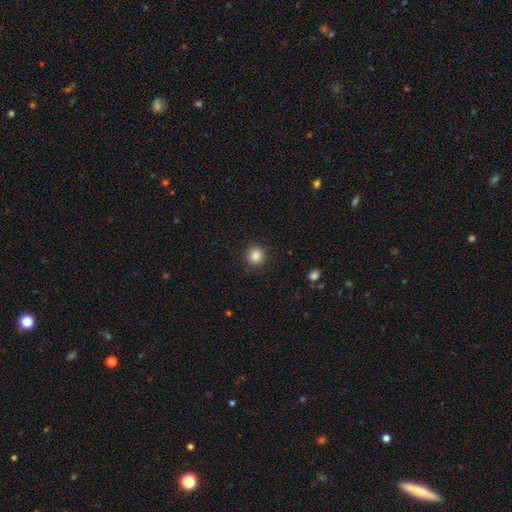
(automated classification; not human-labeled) A smooth galaxy with no disk features (86%) that is round (93%). Merging: none (90%).